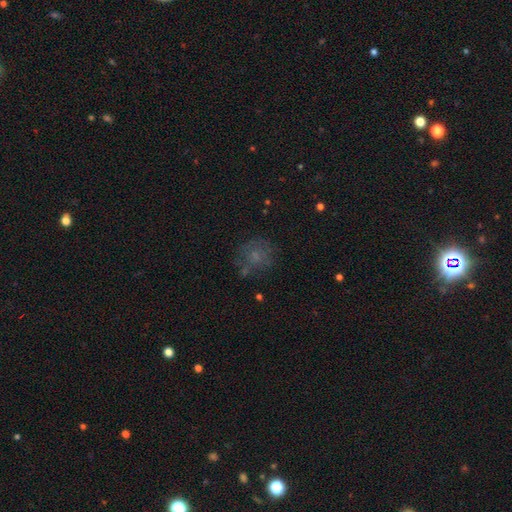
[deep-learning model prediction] smooth-or-featured: smooth: 56% | featured or disk: 26% | star or artifact: 19%
  how-rounded: round: 79% | in between: 20% | cigar-shaped: 1%
  merging: none: 62% | minor disturbance: 19% | major disturbance: 13% | merger: 6%